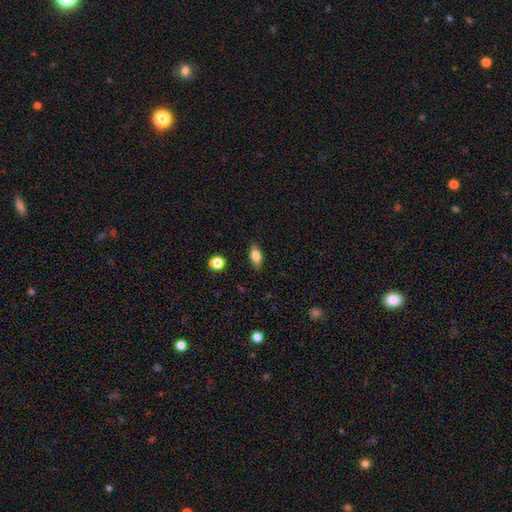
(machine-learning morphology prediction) The model was most divided on "smooth or featured": smooth: 79%, featured or disk: 12%, star or artifact: 8%. More confident: merging — none (87%); how rounded — in between (83%).